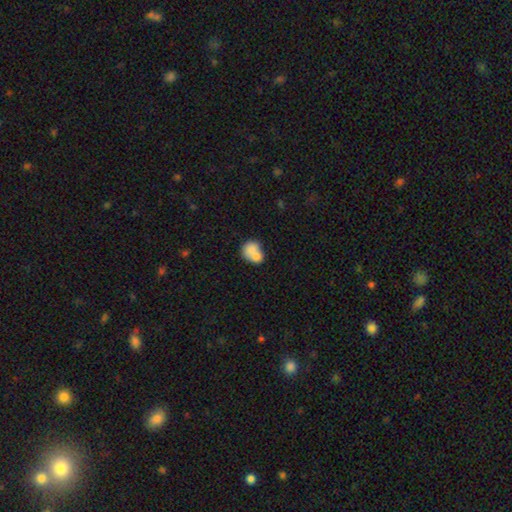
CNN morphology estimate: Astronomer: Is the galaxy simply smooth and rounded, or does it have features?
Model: smooth — 76%.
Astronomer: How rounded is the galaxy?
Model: round — 56% (runner-up: in between, 43%).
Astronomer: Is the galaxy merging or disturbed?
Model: merger — 60%.